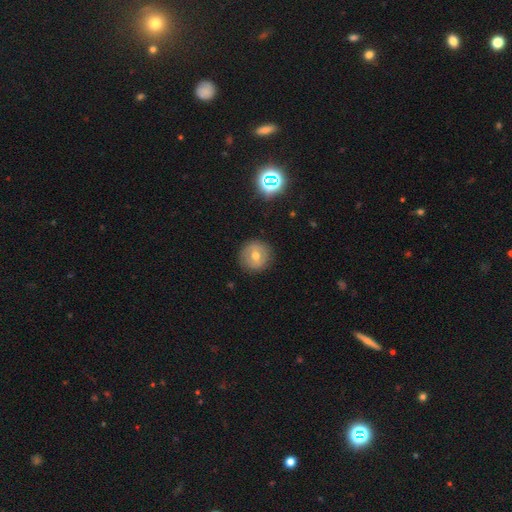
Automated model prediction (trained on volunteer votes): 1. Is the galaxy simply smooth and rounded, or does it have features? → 50% smooth, 38% featured or disk, 13% star or artifact.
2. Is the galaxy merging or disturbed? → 88% none, 8% minor disturbance, 3% major disturbance, 1% merger.